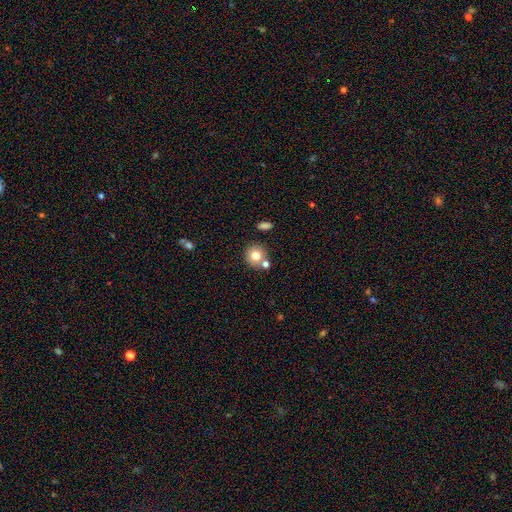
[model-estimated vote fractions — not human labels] The model was most divided on "merging": none: 69%, merger: 19%, minor disturbance: 9%, major disturbance: 3%. More confident: how rounded — round (89%); smooth or featured — smooth (77%).